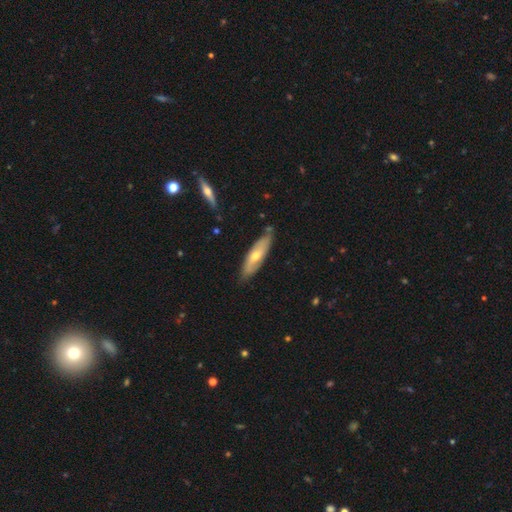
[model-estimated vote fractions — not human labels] smooth-or-featured: featured or disk: 50% | smooth: 45% | star or artifact: 6%
  merging: none: 78% | minor disturbance: 17% | major disturbance: 3% | merger: 2%